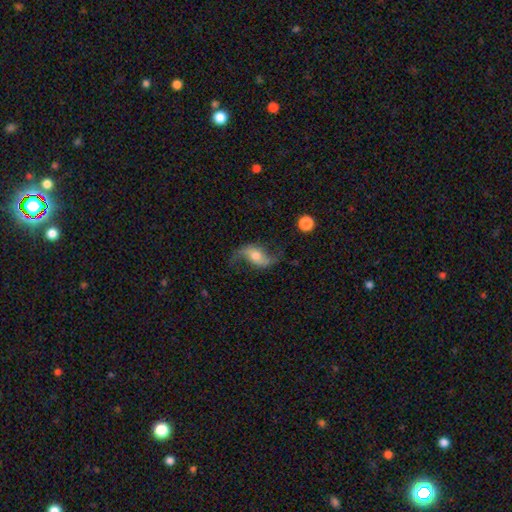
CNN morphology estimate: This is clearly a featured or disk galaxy (82%). It is clearly not viewed edge-on (95%). Bar: marginally no (42%). Spiral arm pattern: clearly yes (94%). Spiral arm count: clearly 2 (93%). Spiral winding: clearly loose (85%). Central bulge: possibly moderate (60%). Merging: likely none (71%).